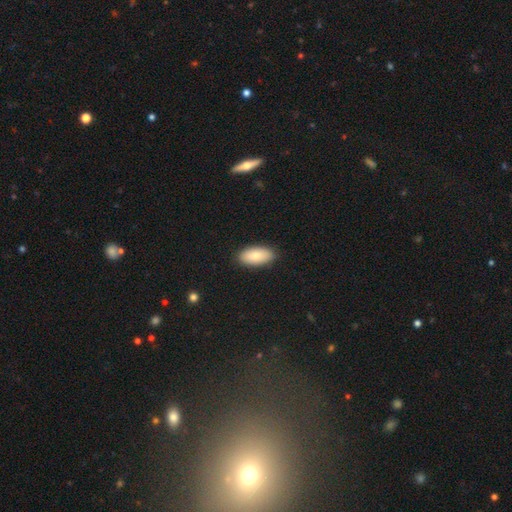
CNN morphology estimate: Q: Smooth or featured?
A: smooth (85%); runner-up: featured or disk (9%)
Q: How rounded?
A: in between (93%); runner-up: cigar-shaped (5%)
Q: Merging?
A: none (88%); runner-up: minor disturbance (9%)